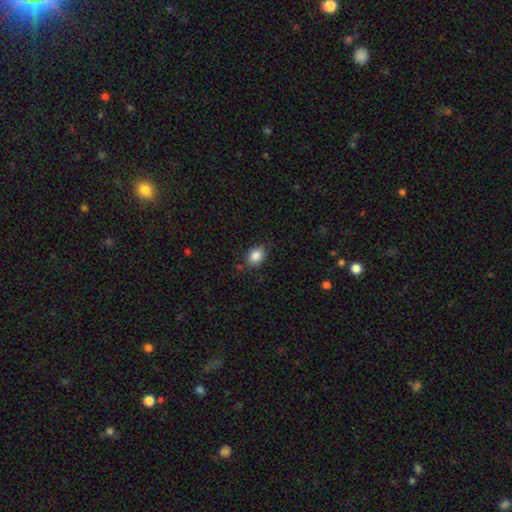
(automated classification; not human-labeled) The model was most divided on "how rounded": in between: 57%, round: 42%, cigar-shaped: 1%. More confident: smooth or featured — smooth (86%); merging — none (80%).